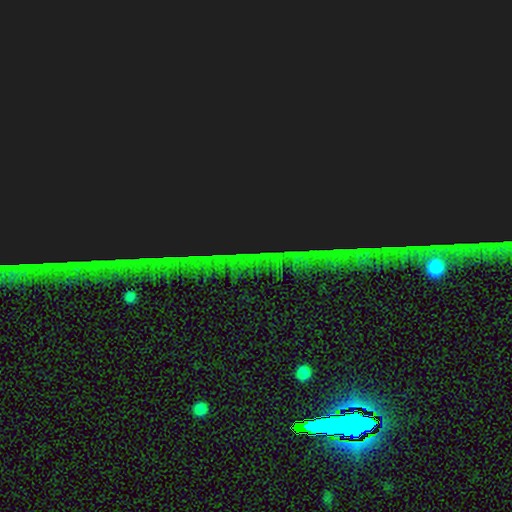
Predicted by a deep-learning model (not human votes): This appears to be a star or artifact, not a galaxy (87%).